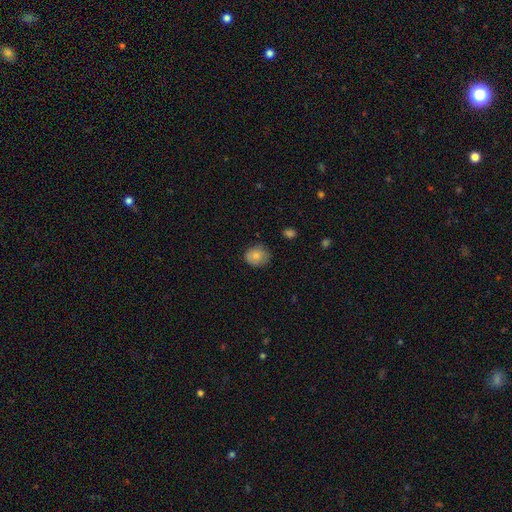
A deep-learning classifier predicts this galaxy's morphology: The model was most divided on "how rounded": round: 68%, in between: 31%, cigar-shaped: 1%. More confident: smooth or featured — smooth (81%); merging — none (74%).